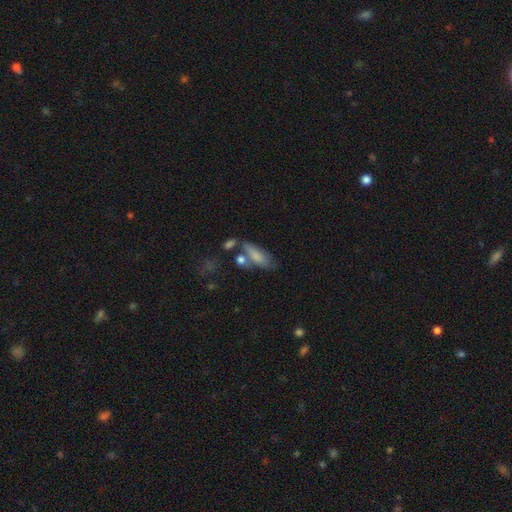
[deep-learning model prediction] The model was most divided on "merging": none: 46%, minor disturbance: 22%, merger: 21%, major disturbance: 11%. More confident: smooth or featured — smooth (74%); how rounded — in between (66%).